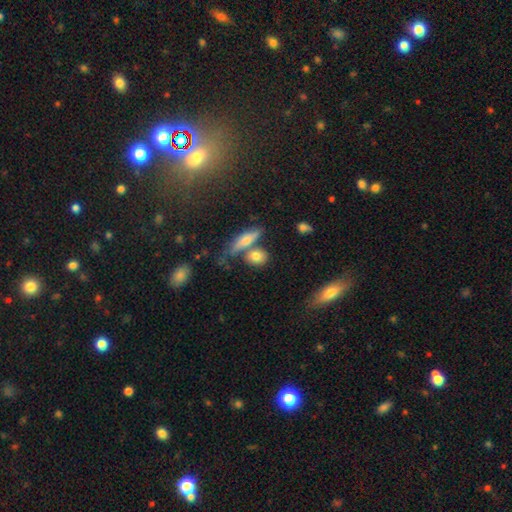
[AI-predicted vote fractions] A smooth galaxy with no disk features (76%) that is in between round and cigar-shaped (50%). Merging: none (51%).